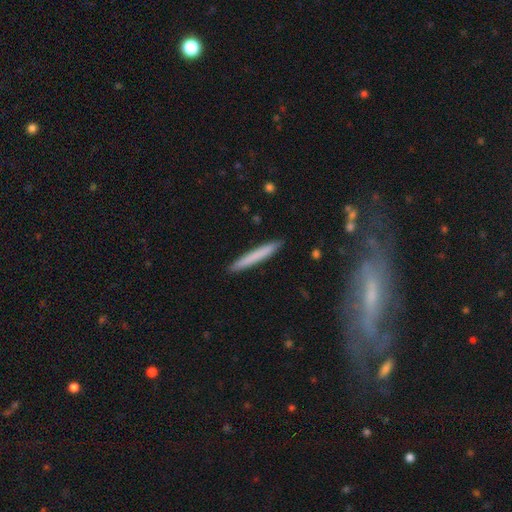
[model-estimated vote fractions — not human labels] This appears to be a smooth galaxy with no disk features (74%) that is cigar-shaped (96%). Merging: none (92%).